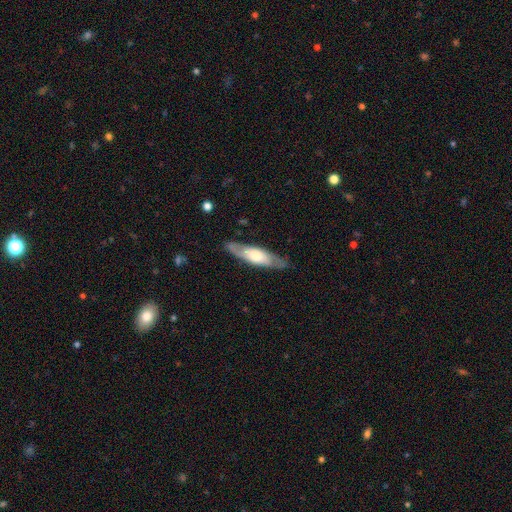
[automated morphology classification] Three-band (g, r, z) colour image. It shows a featured or disk galaxy (51%) viewed edge-on (60%). Merging: none (82%).